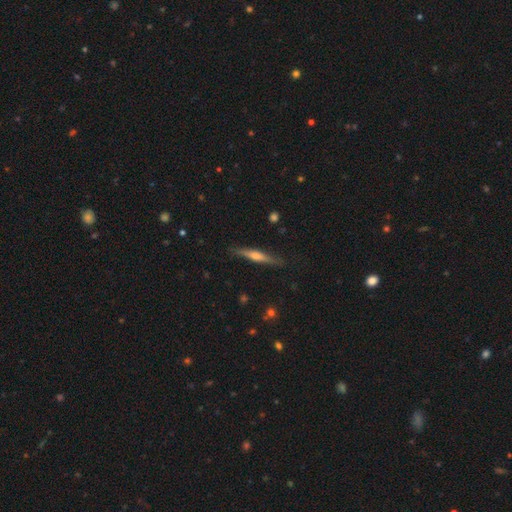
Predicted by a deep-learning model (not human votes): Smooth or featured: featured or disk — 57% (smooth — 37%)
Edge-on disk: yes — 96% (no — 4%)
Edge-on bulge: rounded — 75% (none — 15%)
Merging: none — 86% (minor disturbance — 11%)